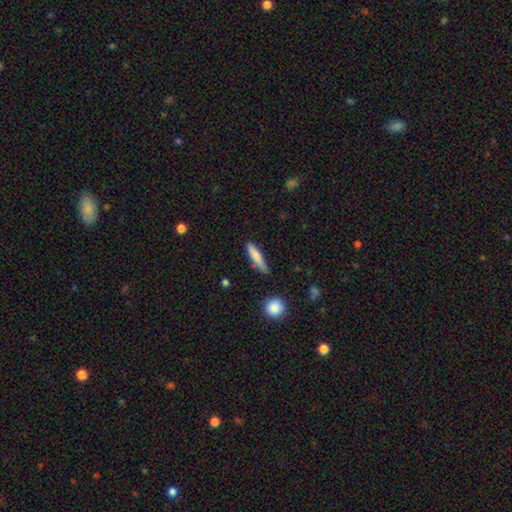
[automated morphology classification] A smooth galaxy with no disk features (76%) that is cigar-shaped (81%). Merging: none (72%).